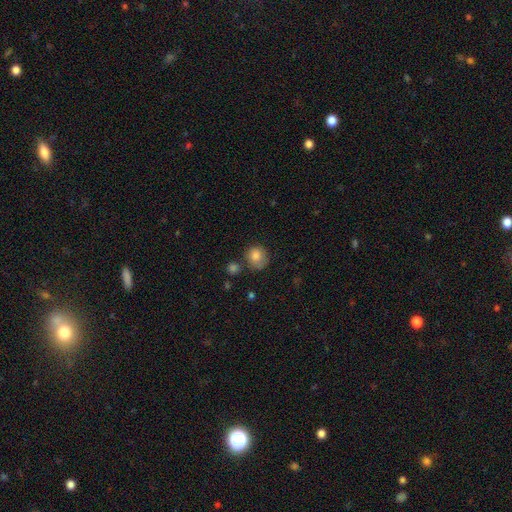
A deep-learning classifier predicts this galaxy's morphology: Q: Smooth or featured?
A: smooth (82%); runner-up: star or artifact (9%)
Q: How rounded?
A: round (79%); runner-up: in between (20%)
Q: Merging?
A: none (57%); runner-up: minor disturbance (24%)